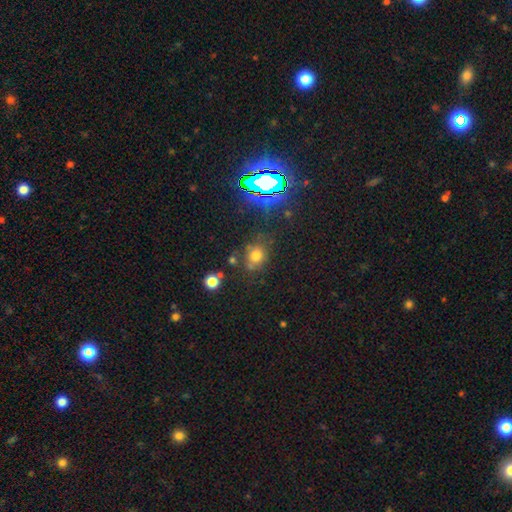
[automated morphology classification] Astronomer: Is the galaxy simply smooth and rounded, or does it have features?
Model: smooth — 63%.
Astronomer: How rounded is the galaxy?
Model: round — 63%.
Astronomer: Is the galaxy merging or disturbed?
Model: none — 65%.